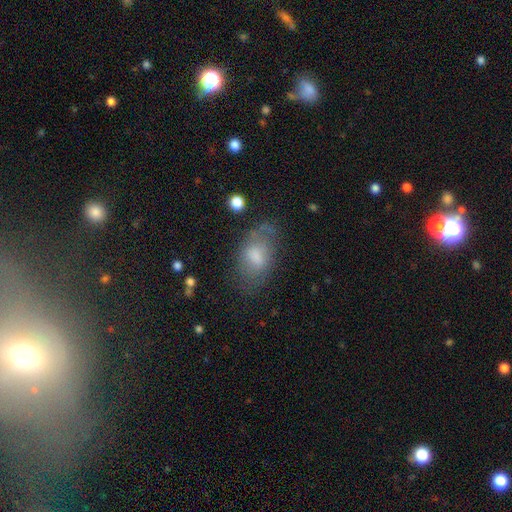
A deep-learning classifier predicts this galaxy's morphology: A smooth galaxy with no disk features (62%) that is in between round and cigar-shaped (90%). Merging: none (59%).